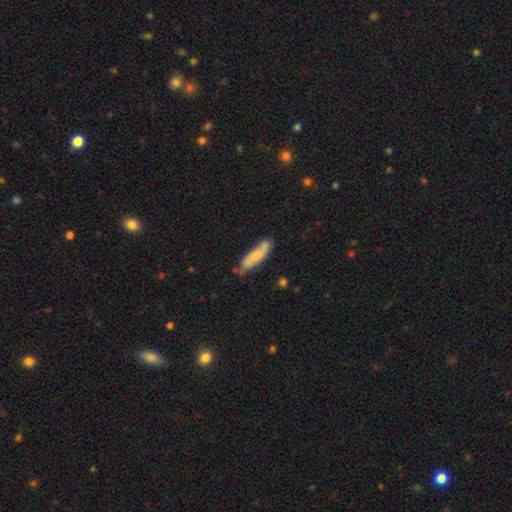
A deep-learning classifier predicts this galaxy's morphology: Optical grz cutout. It shows a smooth galaxy with no disk features (57%) that is cigar-shaped (63%). Merging: none (64%).